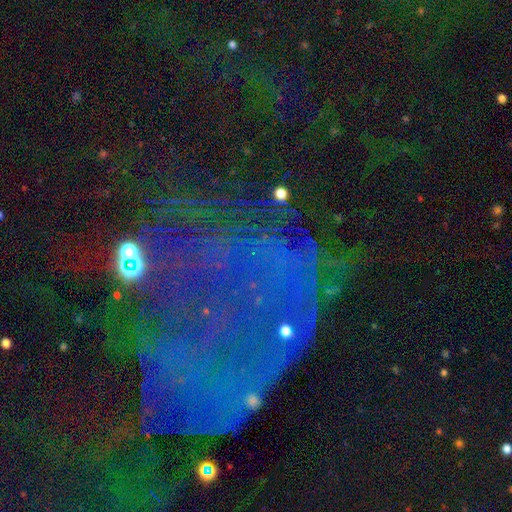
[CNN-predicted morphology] Overall: star or artifact (53%; featured or disk 32%).